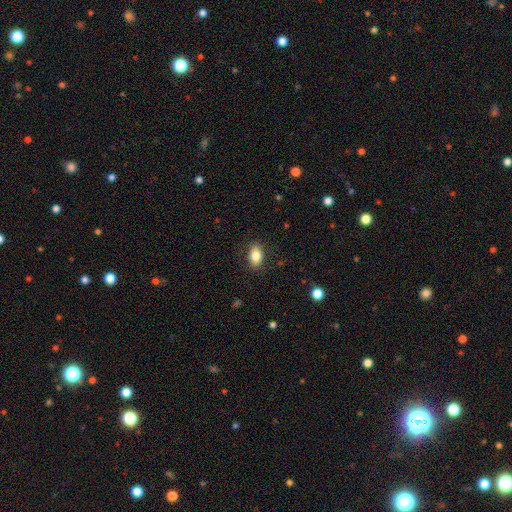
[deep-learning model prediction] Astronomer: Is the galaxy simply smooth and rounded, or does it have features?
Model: smooth — 81%.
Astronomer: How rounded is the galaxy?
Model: in between — 86%.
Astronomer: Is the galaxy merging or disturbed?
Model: none — 86%.